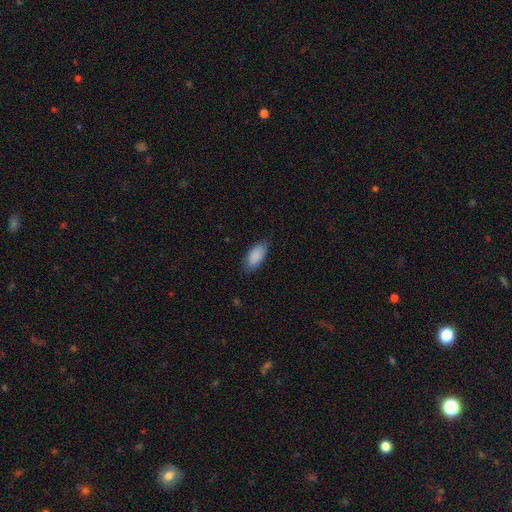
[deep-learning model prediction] smooth_or_featured: smooth (p=0.89) [alt: star or artifact p=0.06]
how_rounded: in between (p=0.92) [alt: cigar-shaped p=0.06]
merging: none (p=0.79) [alt: minor disturbance p=0.16]